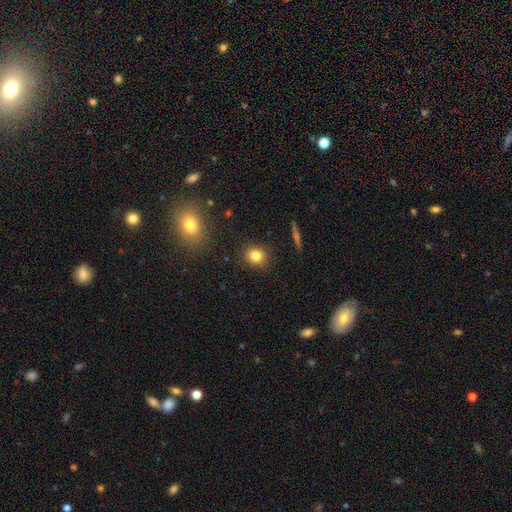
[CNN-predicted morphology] This appears to be a smooth galaxy with no disk features (81%) that is round (83%). Merging: none (89%).